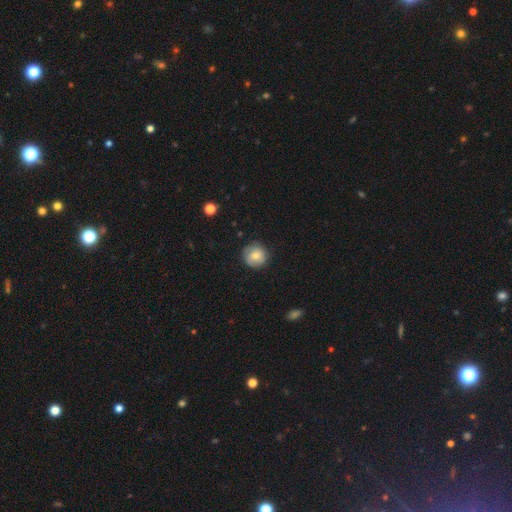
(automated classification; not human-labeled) Morphology: type=smooth (68%); roundness=round (92%); merging=none (82%).